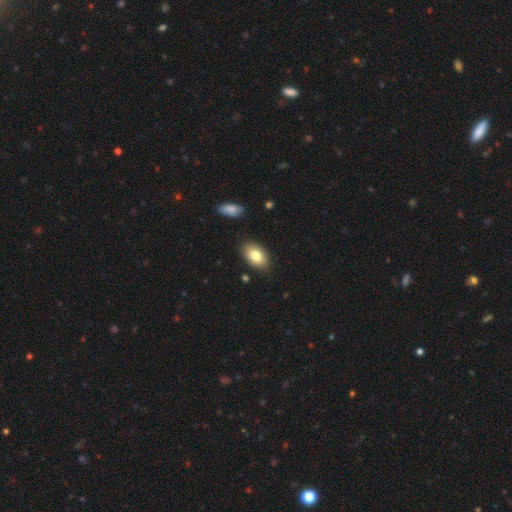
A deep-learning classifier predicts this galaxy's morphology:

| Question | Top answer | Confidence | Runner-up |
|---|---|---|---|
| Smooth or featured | smooth | 81% | featured or disk (12%) |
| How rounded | in between | 92% | round (7%) |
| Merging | none | 86% | minor disturbance (10%) |